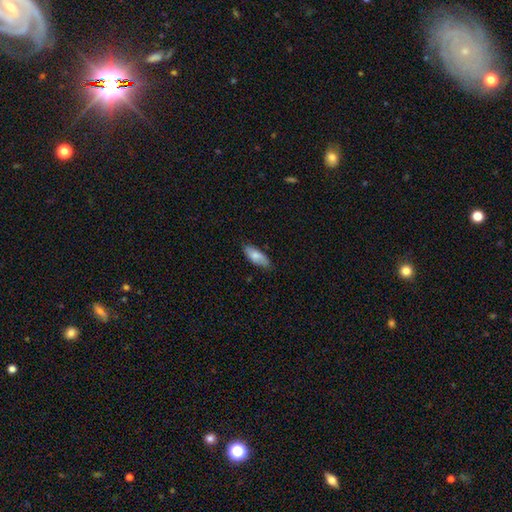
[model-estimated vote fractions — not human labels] smooth-or-featured: smooth: 80% | featured or disk: 14% | star or artifact: 6%
  how-rounded: in between: 74% | cigar-shaped: 24% | round: 2%
  merging: none: 80% | minor disturbance: 16% | major disturbance: 3% | merger: 1%